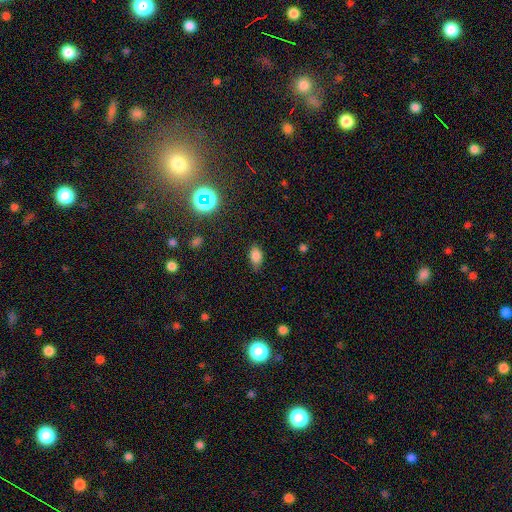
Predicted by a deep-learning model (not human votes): smooth 81%, star or artifact 13%, featured or disk 6%. Down the decision tree: how rounded — in between (87%); merging — none (77%).